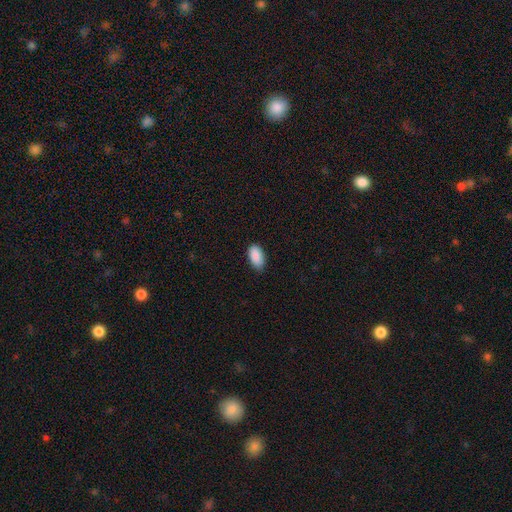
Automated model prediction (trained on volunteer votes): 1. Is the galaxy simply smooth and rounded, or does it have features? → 90% smooth, 7% star or artifact, 4% featured or disk.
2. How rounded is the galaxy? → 94% in between, 3% round, 3% cigar-shaped.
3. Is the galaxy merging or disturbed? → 76% none, 20% minor disturbance, 3% major disturbance, 1% merger.